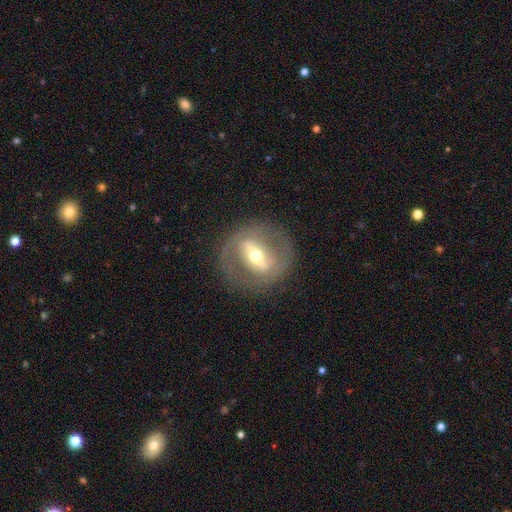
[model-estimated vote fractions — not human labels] Smooth or featured? featured or disk (76%)
Edge-on disk? no (85%)
Bar? strong (67%)
Spiral arms? no (60%)
Bulge size? moderate (68%)
Merging? none (81%)